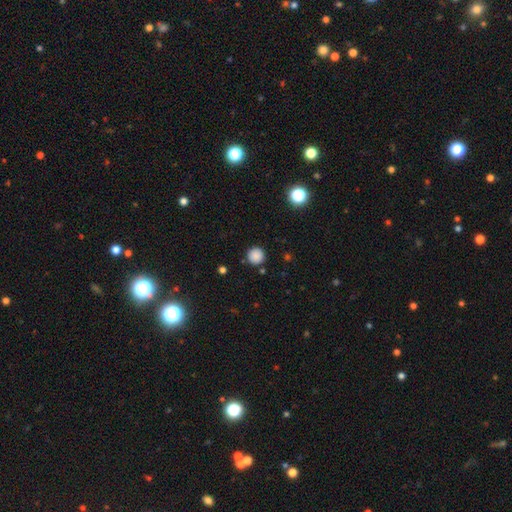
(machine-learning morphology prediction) Smooth or featured?
  - smooth: 86% *
  - star or artifact: 11%
  - featured or disk: 3%
How rounded?
  - round: 95% *
  - in between: 4%
  - cigar-shaped: 1%
Merging?
  - none: 89% *
  - minor disturbance: 7%
  - merger: 2%
  - major disturbance: 2%